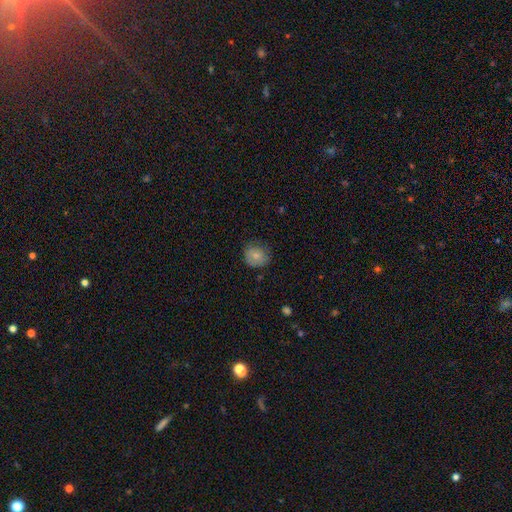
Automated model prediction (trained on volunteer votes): The model was most divided on "merging": none: 71%, minor disturbance: 22%, major disturbance: 6%, merger: 1%. More confident: smooth or featured — smooth (77%); how rounded — round (77%).